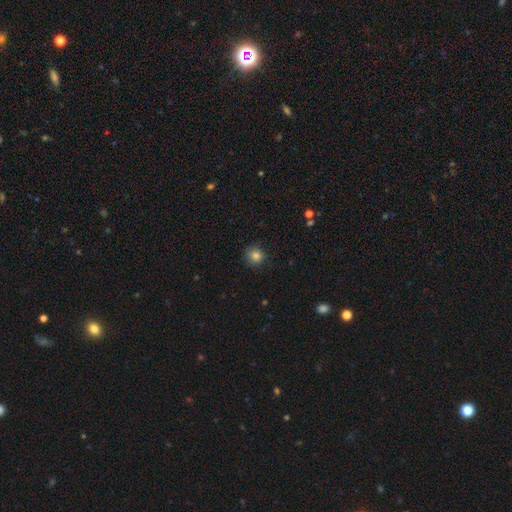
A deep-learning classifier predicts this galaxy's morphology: smooth-or-featured: smooth: 83% | star or artifact: 12% | featured or disk: 5%
  how-rounded: round: 89% | in between: 10% | cigar-shaped: 1%
  merging: none: 87% | minor disturbance: 9% | major disturbance: 2% | merger: 1%